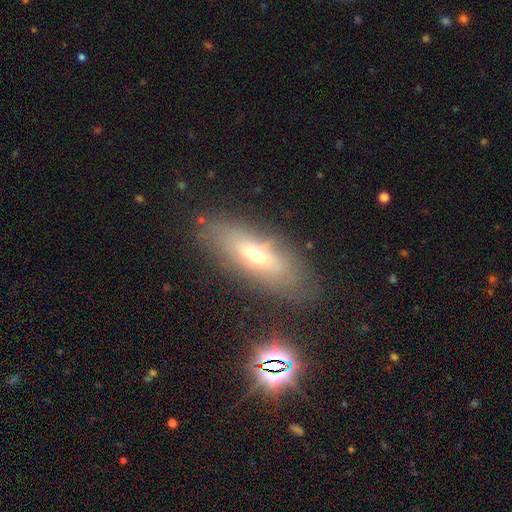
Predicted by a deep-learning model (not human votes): A smooth galaxy with no disk features (46%). Merging: none (81%).